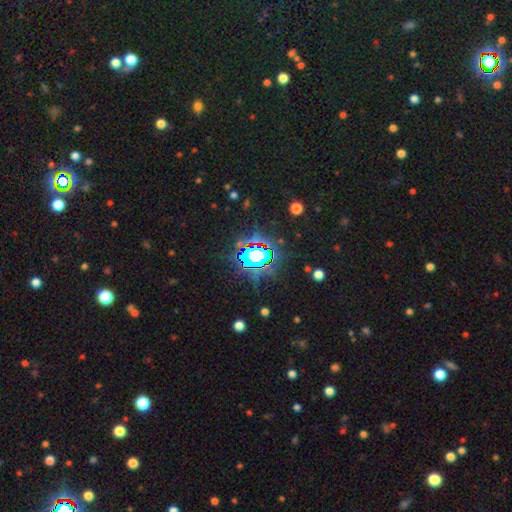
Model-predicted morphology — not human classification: star or artifact 67%, smooth 20%, featured or disk 13%.